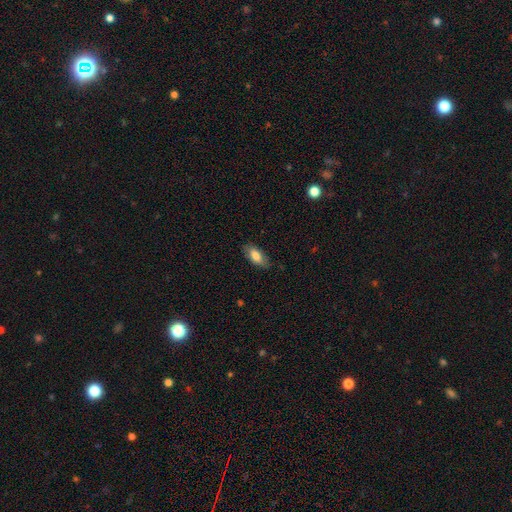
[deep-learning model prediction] Overall: smooth (78%). How rounded: in between (86%). Merging: none (81%).